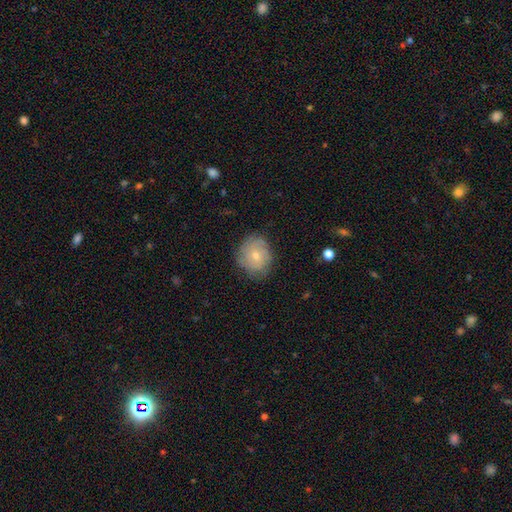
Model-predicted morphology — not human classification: The model was most divided on "smooth or featured": featured or disk: 47%, smooth: 45%, star or artifact: 9%. More confident: merging — none (76%).